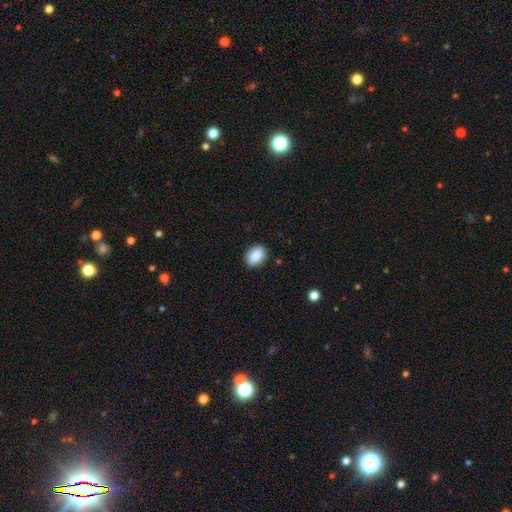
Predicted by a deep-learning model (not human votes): Smooth or featured? smooth (87%)
How rounded? in between (83%)
Merging? none (87%)